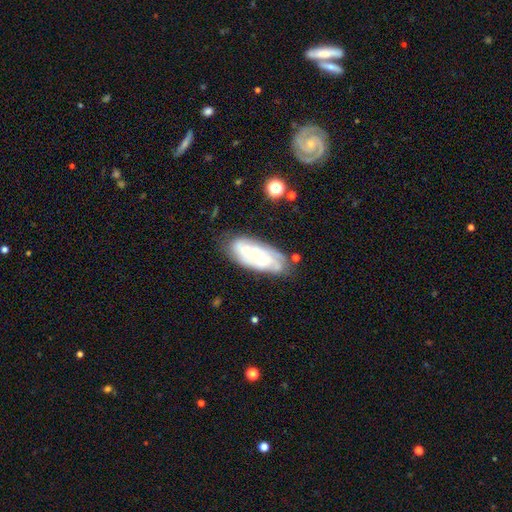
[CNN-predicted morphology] smooth-or-featured: featured or disk: 64% | smooth: 29% | star or artifact: 8%
  disk-edge-on: no: 90% | yes: 10%
    bar: no: 64% | weak: 27% | strong: 9%
    has-spiral-arms: yes: 85% | no: 15%
    bulge-size: small: 70% | moderate: 21% | none: 6% | large: 2% | dominant: 1%
  merging: none: 70% | minor disturbance: 21% | major disturbance: 6% | merger: 3%